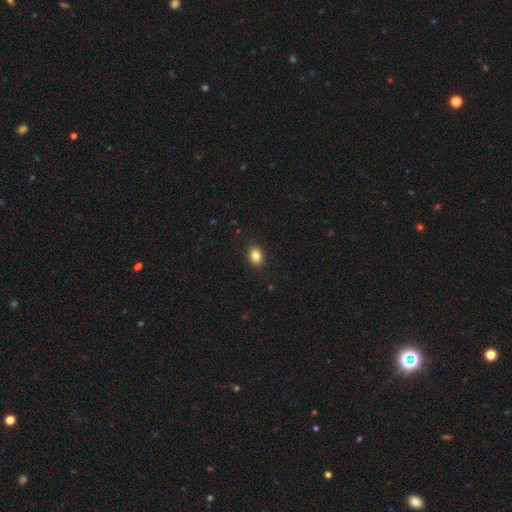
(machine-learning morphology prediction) Smooth or featured?
  - smooth: 84% *
  - star or artifact: 10%
  - featured or disk: 6%
How rounded?
  - in between: 64% *
  - round: 35%
  - cigar-shaped: 1%
Merging?
  - none: 90% *
  - minor disturbance: 7%
  - major disturbance: 2%
  - merger: 1%